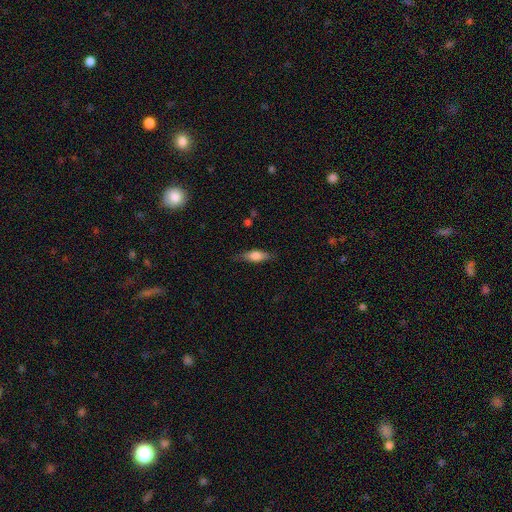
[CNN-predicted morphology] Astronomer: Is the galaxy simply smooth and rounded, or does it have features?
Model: smooth — 67%.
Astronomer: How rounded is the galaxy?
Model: in between — 56% (runner-up: cigar-shaped, 41%).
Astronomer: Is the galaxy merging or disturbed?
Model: none — 77%.